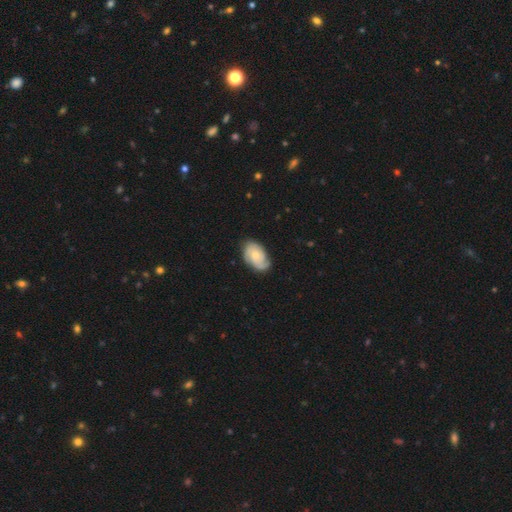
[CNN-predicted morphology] Q: Smooth or featured?
A: featured or disk (70%); runner-up: smooth (25%)
Q: Edge-on disk?
A: no (97%); runner-up: yes (3%)
Q: Bar?
A: no (75%); runner-up: weak (23%)
Q: Spiral arms?
A: yes (94%); runner-up: no (6%)
Q: Spiral winding?
A: tight (57%); runner-up: medium (33%)
Q: Spiral arm count?
A: 2 (33%); runner-up: 3 (29%)
Q: Bulge size?
A: moderate (47%); runner-up: small (46%)
Q: Merging?
A: none (73%); runner-up: minor disturbance (21%)